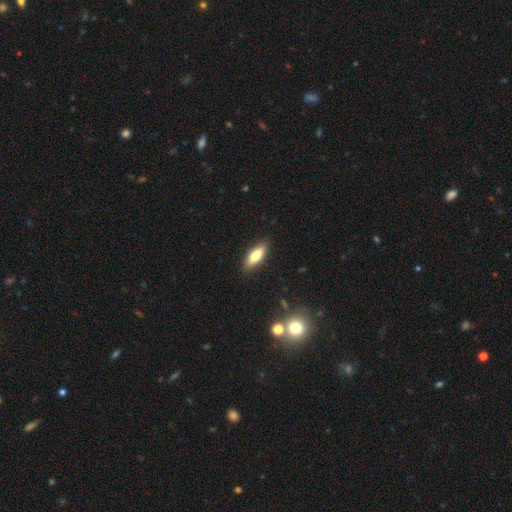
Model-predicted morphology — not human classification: Overall: smooth (76%). How rounded: in between (64%; cigar-shaped 34%). Merging: none (87%).